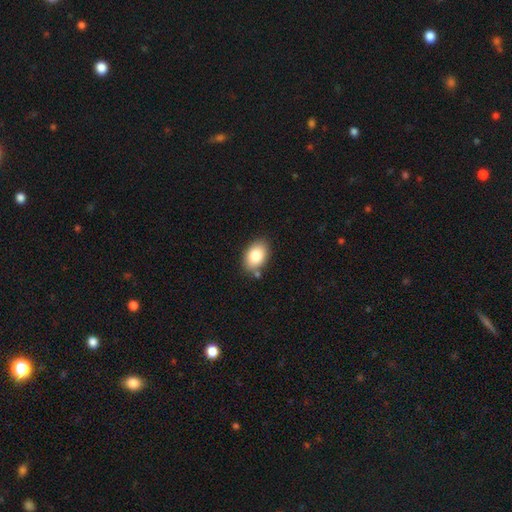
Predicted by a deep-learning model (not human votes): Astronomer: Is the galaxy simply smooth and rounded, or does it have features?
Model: smooth — 82%.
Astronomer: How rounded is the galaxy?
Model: in between — 84%.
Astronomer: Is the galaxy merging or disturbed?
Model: none — 80%.